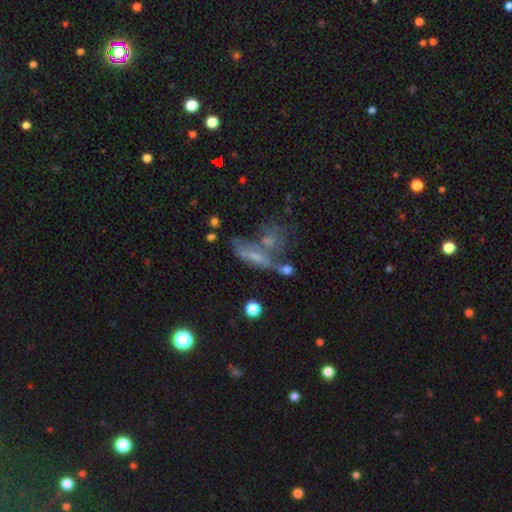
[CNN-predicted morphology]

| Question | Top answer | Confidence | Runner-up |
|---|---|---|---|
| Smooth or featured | featured or disk | 43% | smooth (40%) |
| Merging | merger | 36% | none (28%) |